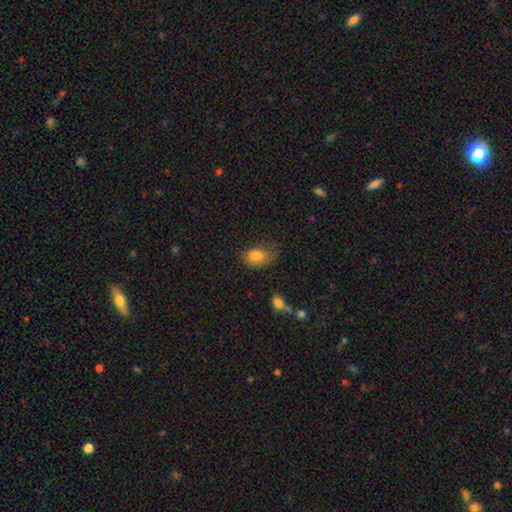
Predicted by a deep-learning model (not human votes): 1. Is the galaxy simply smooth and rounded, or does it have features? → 80% smooth, 11% featured or disk, 9% star or artifact.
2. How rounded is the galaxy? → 79% in between, 20% round, 1% cigar-shaped.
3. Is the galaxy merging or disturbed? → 41% none, 35% minor disturbance, 21% major disturbance, 3% merger.